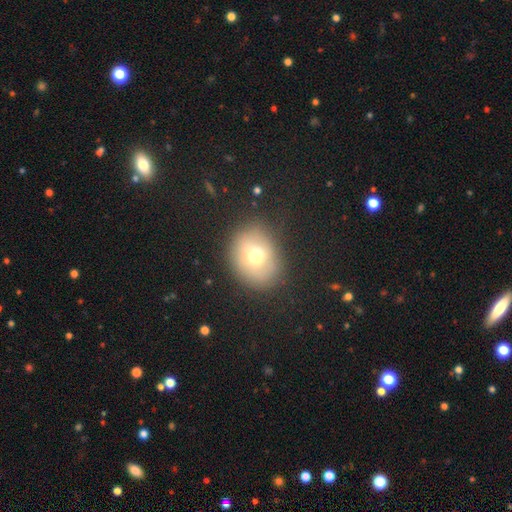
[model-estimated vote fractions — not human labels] Morphology: type=smooth (67%); roundness=in between (53%); merging=none (80%).